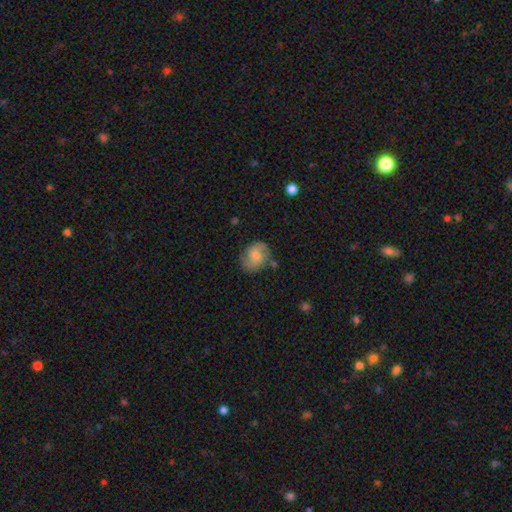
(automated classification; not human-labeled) This appears to be a featured or disk galaxy (52%) with no bar (52%), spiral arms (88%) and a moderate central bulge (43%). Merging: none (70%).